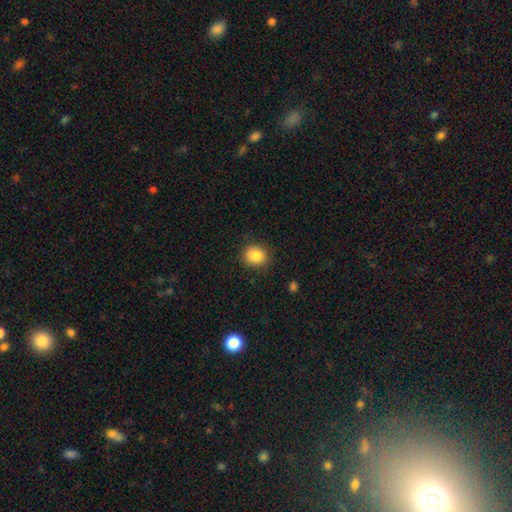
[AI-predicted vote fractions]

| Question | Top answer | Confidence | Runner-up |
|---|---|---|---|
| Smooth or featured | smooth | 86% | star or artifact (9%) |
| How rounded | round | 71% | in between (28%) |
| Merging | none | 85% | minor disturbance (11%) |